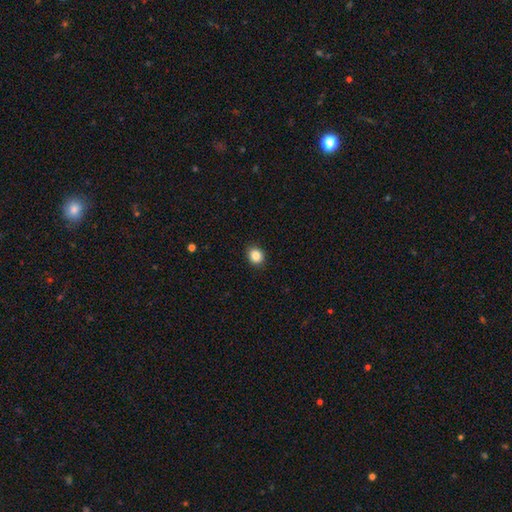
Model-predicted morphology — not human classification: smooth-or-featured: smooth: 86% | star or artifact: 10% | featured or disk: 4%
  how-rounded: round: 71% | in between: 28% | cigar-shaped: 1%
  merging: none: 91% | minor disturbance: 6% | major disturbance: 2% | merger: 1%